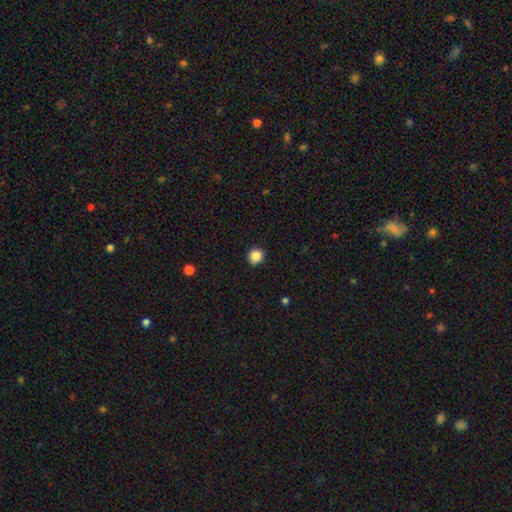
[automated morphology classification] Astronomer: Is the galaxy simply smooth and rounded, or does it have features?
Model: smooth — 86%.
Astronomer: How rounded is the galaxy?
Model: round — 89%.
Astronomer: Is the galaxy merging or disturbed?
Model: none — 87%.